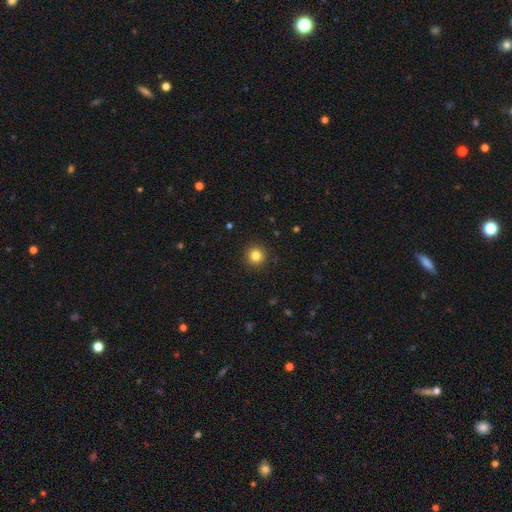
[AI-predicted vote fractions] Q: Smooth or featured?
A: smooth (83%); runner-up: star or artifact (12%)
Q: How rounded?
A: round (95%); runner-up: in between (4%)
Q: Merging?
A: none (92%); runner-up: minor disturbance (6%)